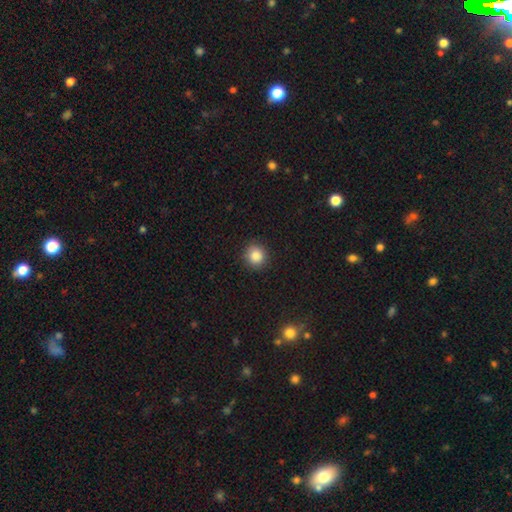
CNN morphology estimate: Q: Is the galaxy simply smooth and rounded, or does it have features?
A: smooth — 85%.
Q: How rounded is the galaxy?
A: round — 88%.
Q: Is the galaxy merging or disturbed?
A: none — 90%.